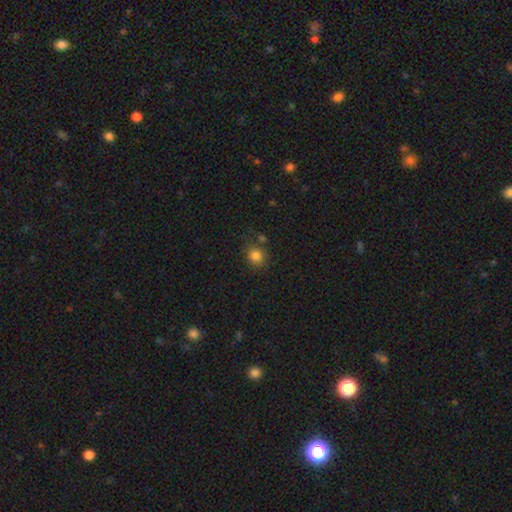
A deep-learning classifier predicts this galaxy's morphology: This is clearly a smooth galaxy (82%). How rounded: clearly round (81%). Merging: likely none (76%).